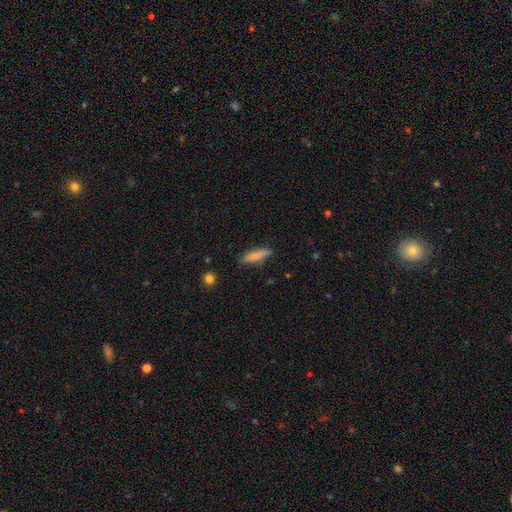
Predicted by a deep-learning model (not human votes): Smooth or featured? smooth (83%)
How rounded? cigar-shaped (72%)
Merging? none (81%)